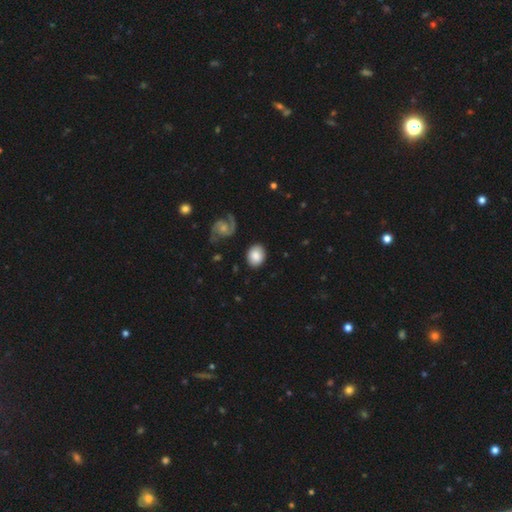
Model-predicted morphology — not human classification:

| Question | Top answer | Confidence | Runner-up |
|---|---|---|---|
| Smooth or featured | smooth | 78% | featured or disk (15%) |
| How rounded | in between | 50% | round (49%) |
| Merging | none | 83% | minor disturbance (11%) |